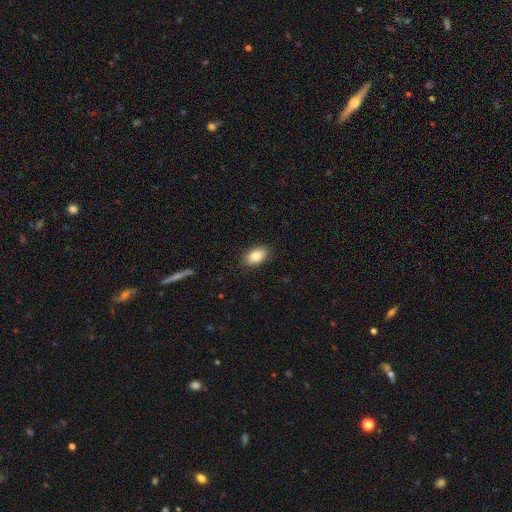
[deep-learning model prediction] Overall: smooth (85%). How rounded: in between (91%). Merging: none (88%).